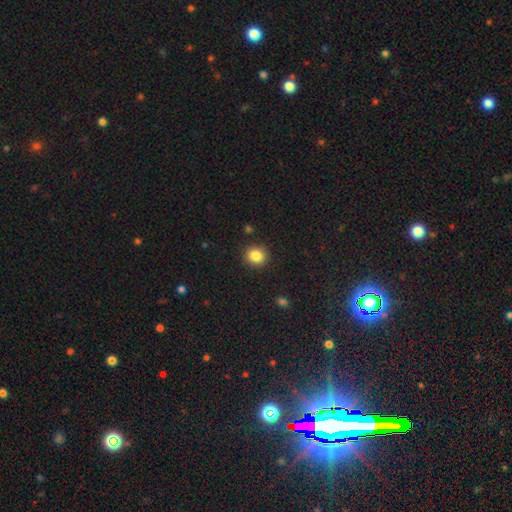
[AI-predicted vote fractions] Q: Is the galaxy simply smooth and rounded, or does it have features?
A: smooth — 85%.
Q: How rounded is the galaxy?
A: round — 85%.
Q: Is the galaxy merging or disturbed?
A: none — 91%.